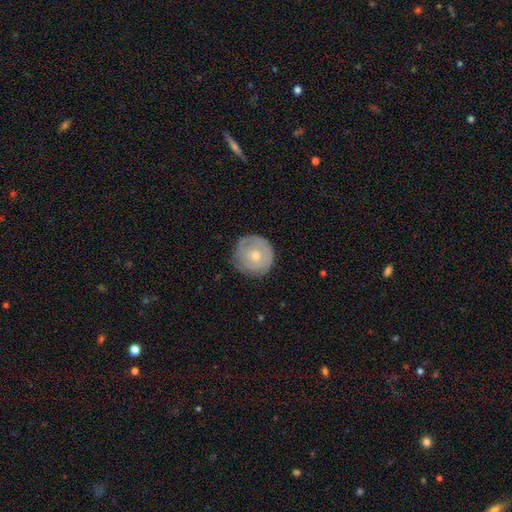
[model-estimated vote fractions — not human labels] A smooth galaxy with no disk features (50%). Merging: none (78%).